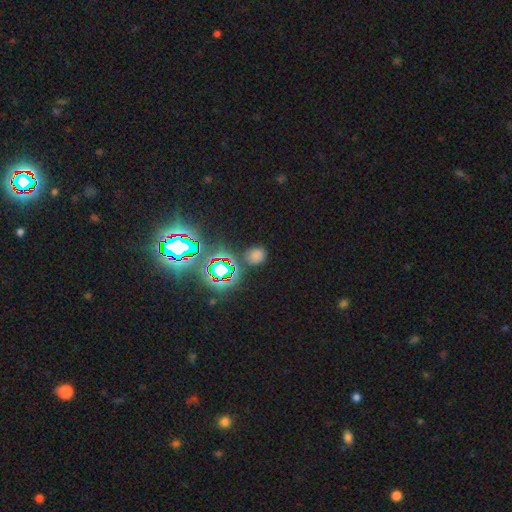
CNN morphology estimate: smooth 60%, star or artifact 33%, featured or disk 7%. Down the decision tree: how rounded — round (76%); merging — none (79%).